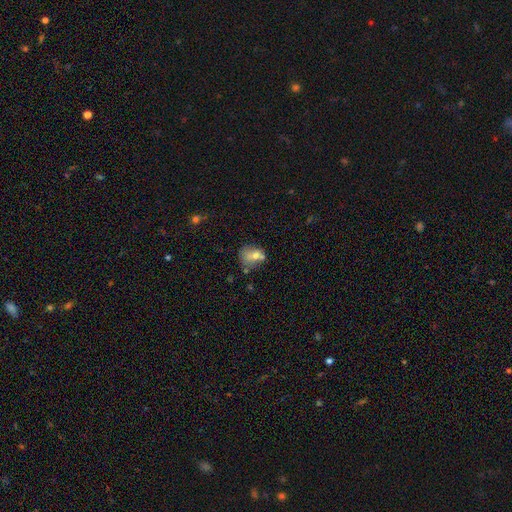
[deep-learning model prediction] Smooth or featured: smooth — 65% (featured or disk — 23%)
How rounded: round — 57% (in between — 41%)
Merging: none — 40% (merger — 29%)